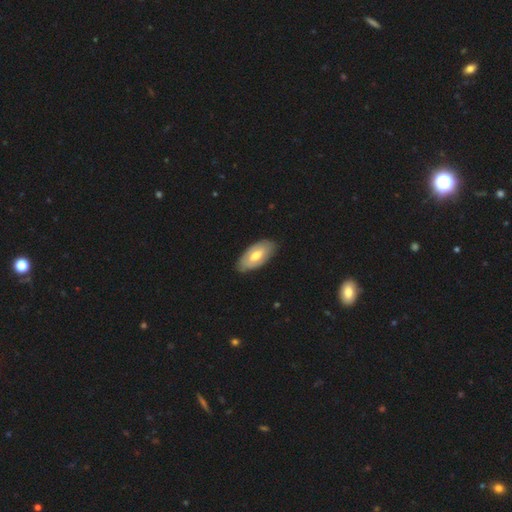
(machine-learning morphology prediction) Smooth or featured: smooth — 51% (featured or disk — 44%)
How rounded: in between — 92% (cigar-shaped — 5%)
Merging: none — 84% (minor disturbance — 13%)